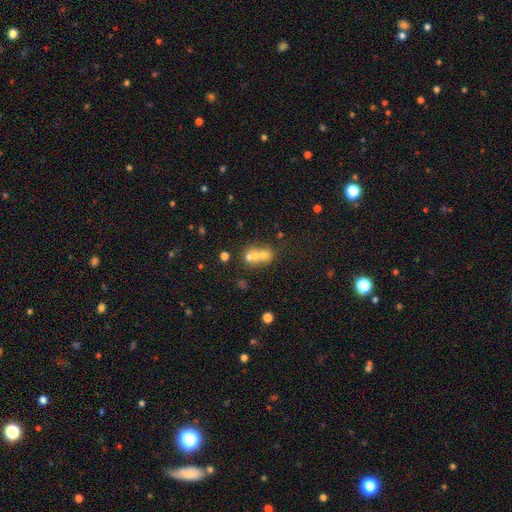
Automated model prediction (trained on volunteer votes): Smooth or featured? smooth (52%)
How rounded? round (61%)
Merging? merger (57%)